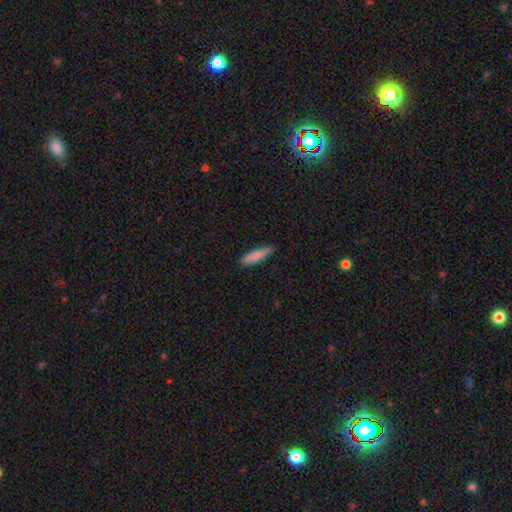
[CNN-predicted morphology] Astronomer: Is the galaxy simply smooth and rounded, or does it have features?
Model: smooth — 84%.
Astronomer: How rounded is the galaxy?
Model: cigar-shaped — 79%.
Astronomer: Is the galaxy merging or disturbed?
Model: none — 85%.